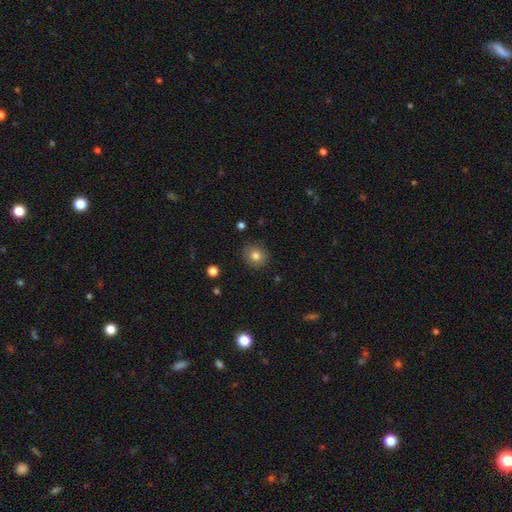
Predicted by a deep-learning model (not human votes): This appears to be a smooth galaxy with no disk features (81%) that is round (81%). Merging: none (88%).